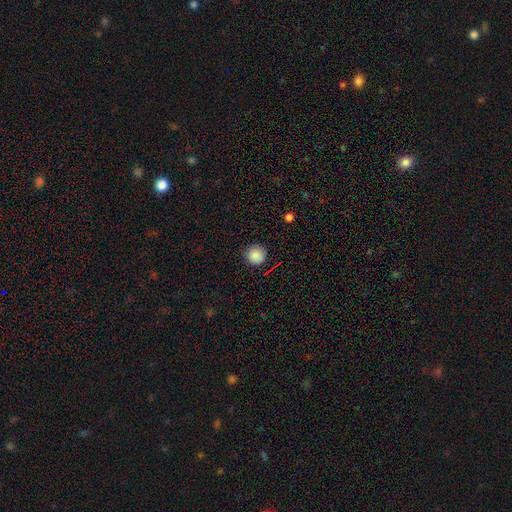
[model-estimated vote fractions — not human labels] smooth-or-featured: smooth: 87% | star or artifact: 10% | featured or disk: 3%
  how-rounded: round: 95% | in between: 4% | cigar-shaped: 1%
  merging: none: 89% | minor disturbance: 7% | major disturbance: 2% | merger: 1%